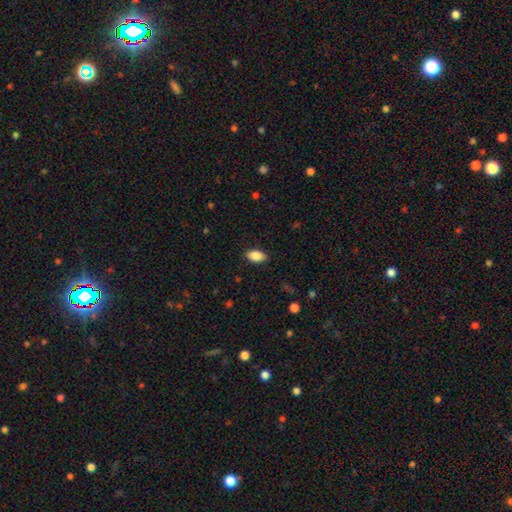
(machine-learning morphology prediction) A smooth galaxy with no disk features (88%) that is in between round and cigar-shaped (92%).

Vote fractions:
- Smooth or featured? smooth: 88% / star or artifact: 7% / featured or disk: 4%
- How rounded? in between: 92% / round: 5% / cigar-shaped: 3%
- Merging? none: 87% / minor disturbance: 9% / major disturbance: 2% / merger: 1%